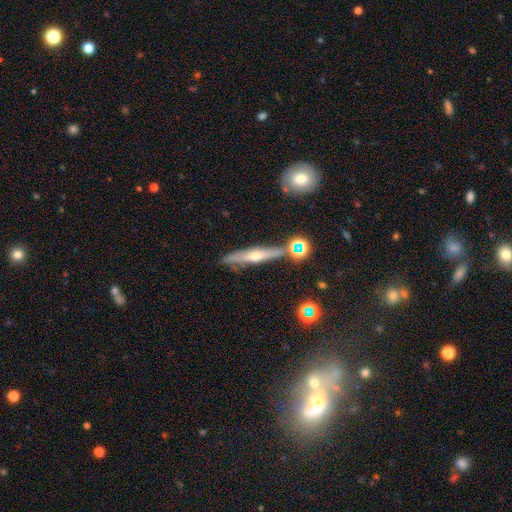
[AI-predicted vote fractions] smooth_or_featured: featured or disk (p=0.59) [alt: smooth p=0.29]
disk_edge_on: yes (p=0.91) [alt: no p=0.09]
edge_on_bulge: rounded (p=0.83) [alt: none p=0.11]
merging: none (p=0.77) [alt: minor disturbance p=0.13]